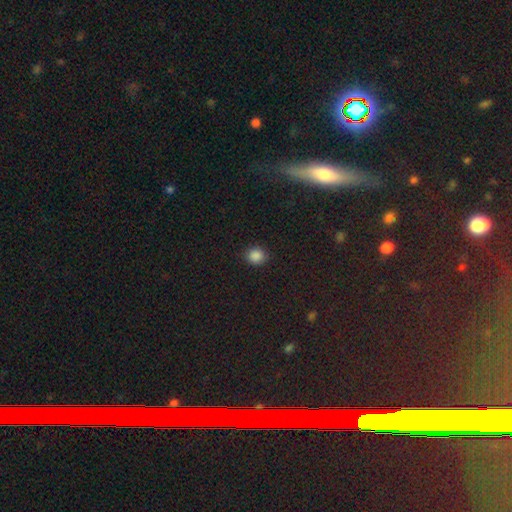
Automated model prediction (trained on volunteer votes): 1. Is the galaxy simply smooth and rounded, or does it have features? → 86% smooth, 11% star or artifact, 3% featured or disk.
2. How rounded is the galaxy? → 82% round, 17% in between, 1% cigar-shaped.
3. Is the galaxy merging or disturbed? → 89% none, 8% minor disturbance, 2% major disturbance, 1% merger.